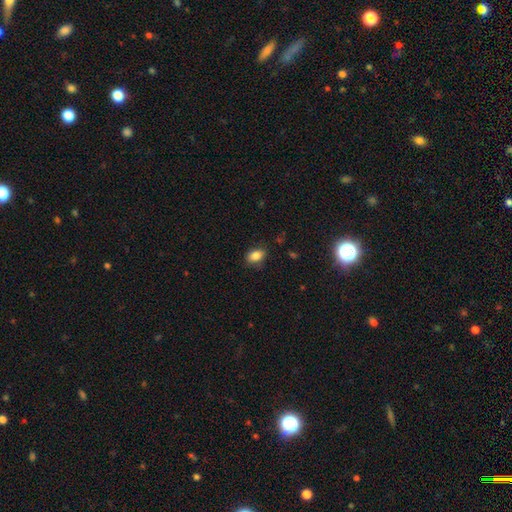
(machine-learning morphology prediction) A smooth galaxy with no disk features (84%) that is in between round and cigar-shaped (81%). Merging: none (83%).